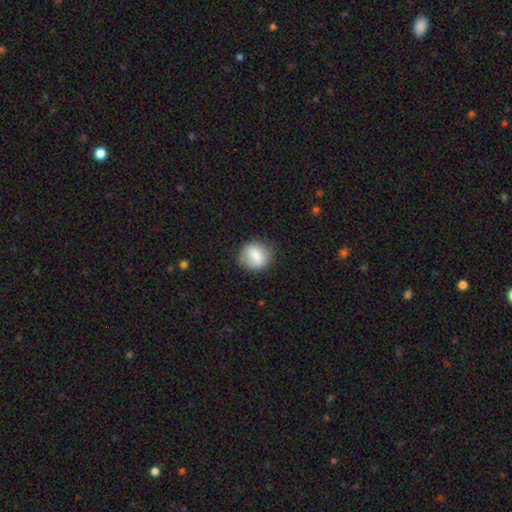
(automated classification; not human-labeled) smooth 76%, featured or disk 17%, star or artifact 8%. Down the decision tree: how rounded — round (77%); merging — none (77%).